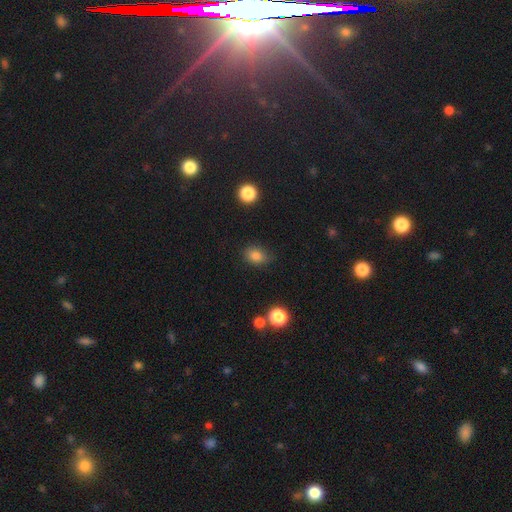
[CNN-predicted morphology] Smooth or featured: smooth — 83% (star or artifact — 12%)
How rounded: in between — 63% (round — 36%)
Merging: none — 73% (minor disturbance — 20%)